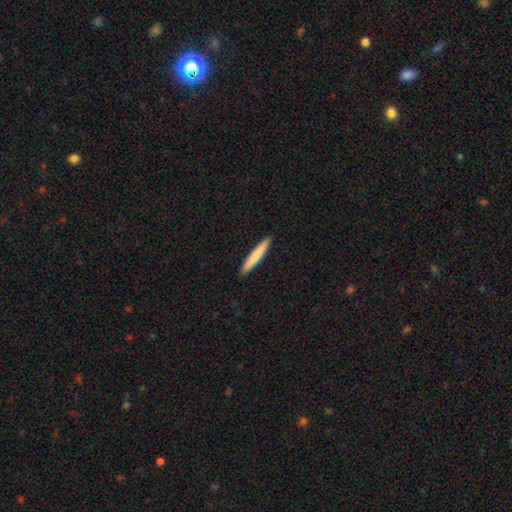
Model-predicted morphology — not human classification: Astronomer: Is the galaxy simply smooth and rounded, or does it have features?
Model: smooth — 74%.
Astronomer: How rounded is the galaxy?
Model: cigar-shaped — 95%.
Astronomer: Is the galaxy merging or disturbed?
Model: none — 92%.